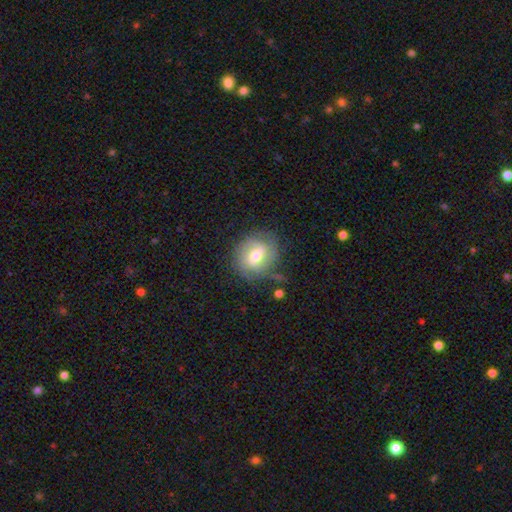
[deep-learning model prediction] Smooth or featured? featured or disk (55%)
Edge-on disk? no (96%)
Bar? weak (52%)
Spiral arms? yes (77%)
Bulge size? moderate (71%)
Merging? none (72%)